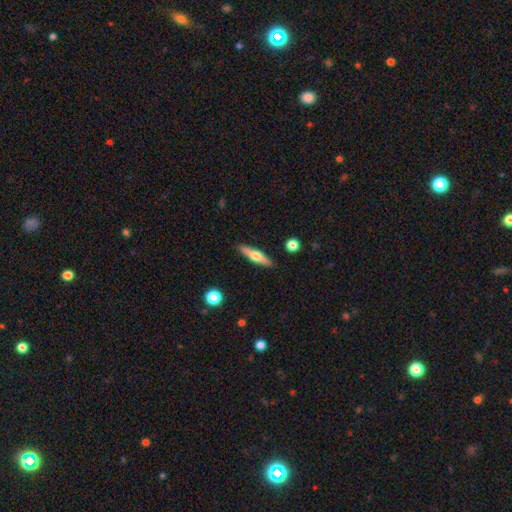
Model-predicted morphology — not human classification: featured or disk 49%, smooth 45%, star or artifact 6%. Down the decision tree: merging — none (89%).